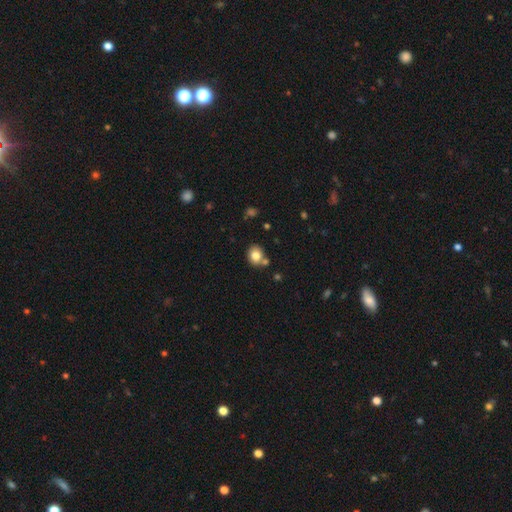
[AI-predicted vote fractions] Smooth or featured? smooth (81%)
How rounded? round (72%)
Merging? none (69%)